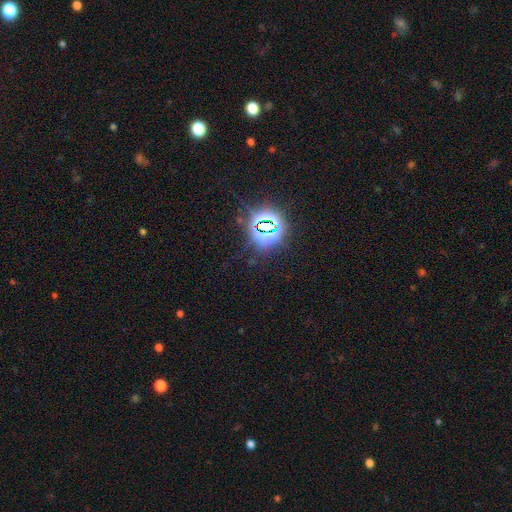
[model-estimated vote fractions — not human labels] Morphology: type=star or artifact (83%).